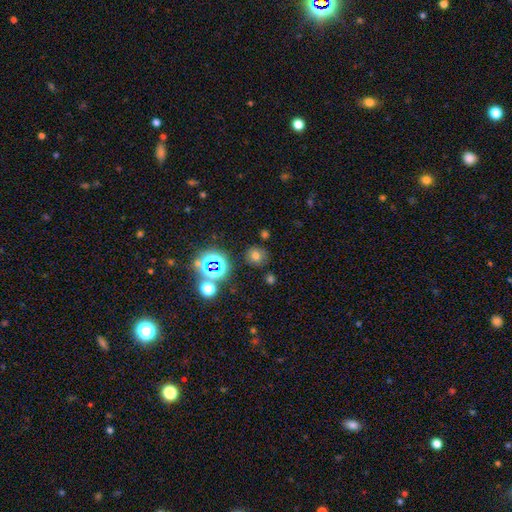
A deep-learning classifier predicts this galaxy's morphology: Smooth or featured? smooth (63%)
How rounded? round (83%)
Merging? none (80%)